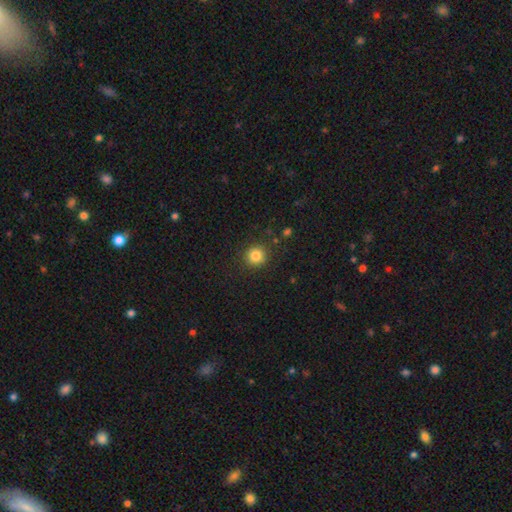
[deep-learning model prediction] Morphology: type=smooth (83%); roundness=round (93%); merging=none (89%).